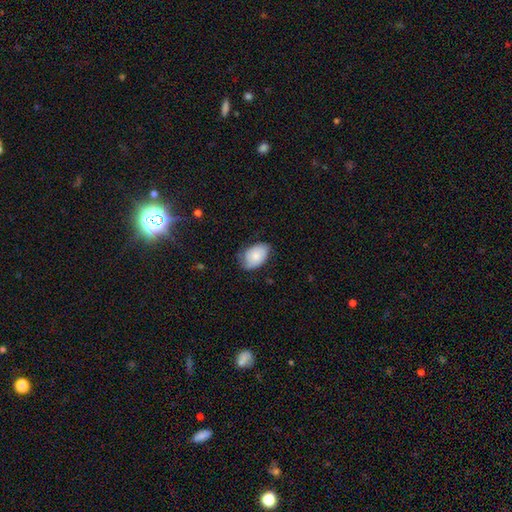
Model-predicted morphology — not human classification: This is likely a smooth galaxy (66%). How rounded: clearly in between (87%). Merging: likely none (61%).